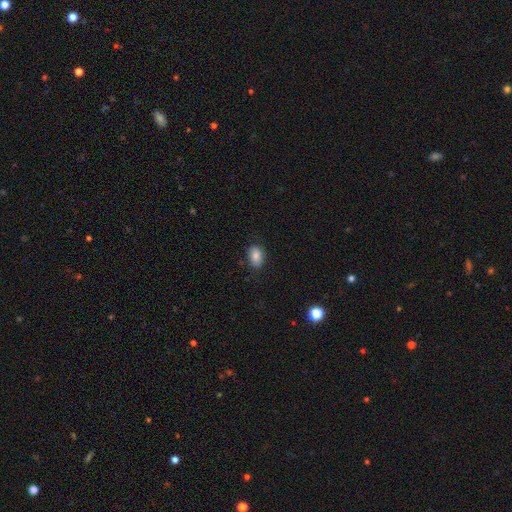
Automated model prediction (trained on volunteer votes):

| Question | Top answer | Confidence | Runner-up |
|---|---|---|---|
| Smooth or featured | smooth | 83% | featured or disk (8%) |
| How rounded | in between | 83% | round (16%) |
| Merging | none | 81% | minor disturbance (15%) |